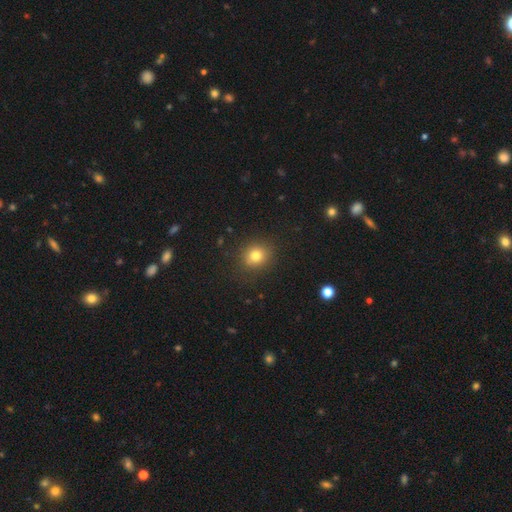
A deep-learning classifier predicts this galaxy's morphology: Smooth or featured: smooth — 78% (star or artifact — 14%)
How rounded: round — 78% (in between — 21%)
Merging: none — 86% (minor disturbance — 9%)